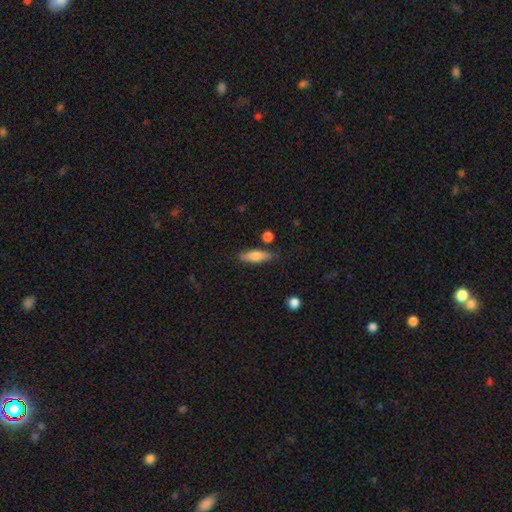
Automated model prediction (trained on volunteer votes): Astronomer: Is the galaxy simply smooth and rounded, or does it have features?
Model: smooth — 72%.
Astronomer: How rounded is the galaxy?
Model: cigar-shaped — 54% (runner-up: in between, 43%).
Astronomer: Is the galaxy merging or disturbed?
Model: none — 80%.